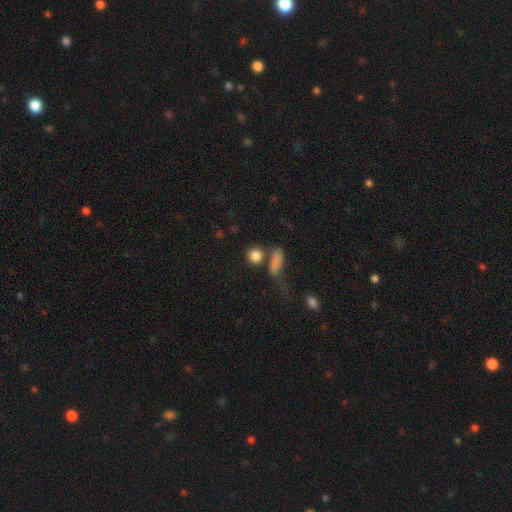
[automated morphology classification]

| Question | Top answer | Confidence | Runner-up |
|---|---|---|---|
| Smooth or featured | smooth | 84% | star or artifact (9%) |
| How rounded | round | 79% | in between (17%) |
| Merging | none | 55% | merger (28%) |